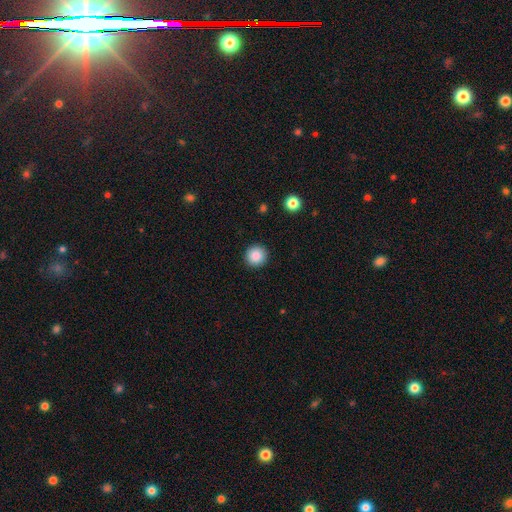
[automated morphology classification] The model was most divided on "smooth or featured": smooth: 88%, star or artifact: 9%, featured or disk: 3%. More confident: how rounded — round (95%); merging — none (92%).